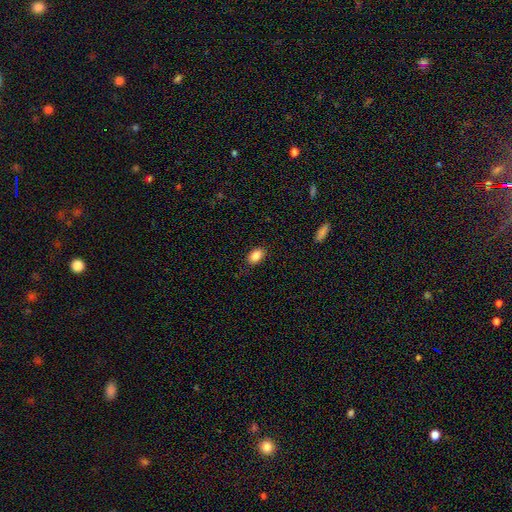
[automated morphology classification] Smooth or featured: smooth — 87% (star or artifact — 8%)
How rounded: in between — 87% (round — 12%)
Merging: none — 84% (minor disturbance — 12%)